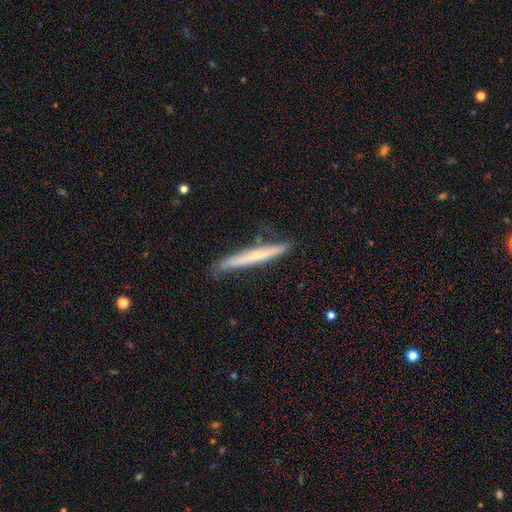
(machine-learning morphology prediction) featured or disk 50%, smooth 44%, star or artifact 6%. Down the decision tree: merging — none (77%).